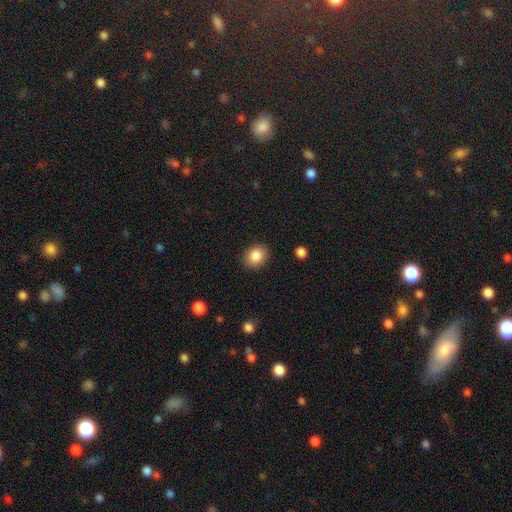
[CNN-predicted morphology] The model was most divided on "how rounded": round: 55%, in between: 44%, cigar-shaped: 1%. More confident: merging — none (87%); smooth or featured — smooth (87%).